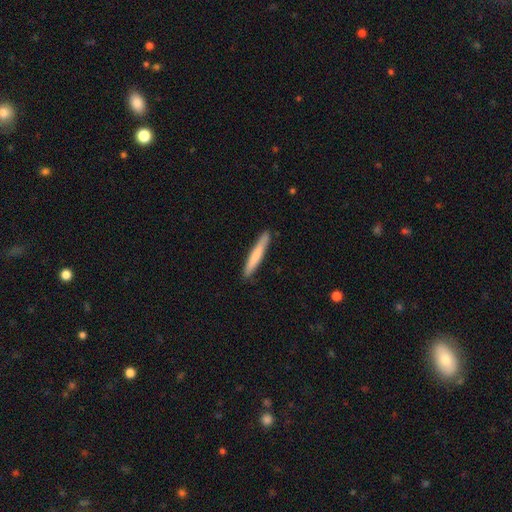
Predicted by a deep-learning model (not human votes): A smooth galaxy with no disk features (72%) that is cigar-shaped (96%).

Vote fractions:
- Smooth or featured? smooth: 72% / featured or disk: 23% / star or artifact: 5%
- How rounded? cigar-shaped: 96% / in between: 3% / round: 1%
- Merging? none: 89% / minor disturbance: 8% / major disturbance: 1% / merger: 1%